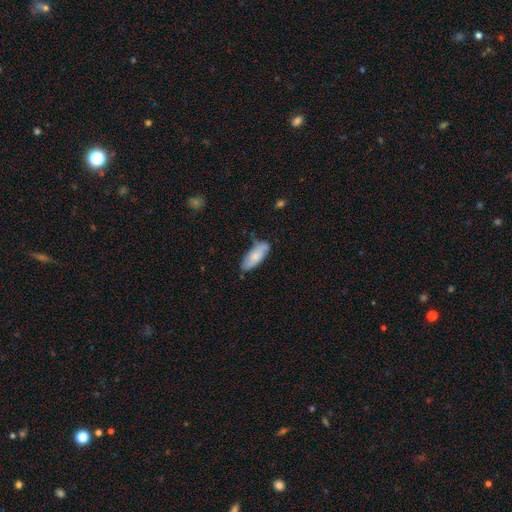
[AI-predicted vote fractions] Smooth or featured: smooth — 74% (featured or disk — 20%)
How rounded: in between — 74% (cigar-shaped — 25%)
Merging: none — 68% (minor disturbance — 24%)